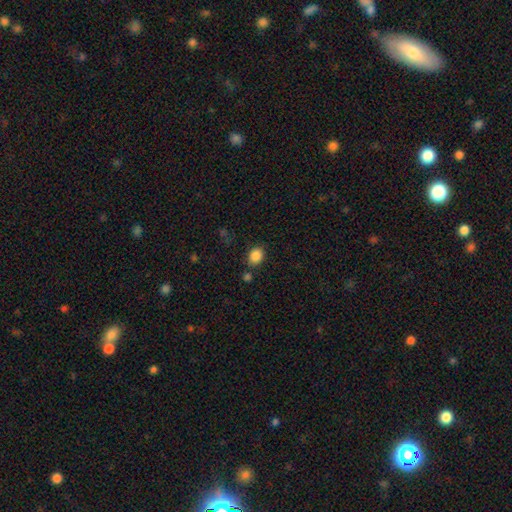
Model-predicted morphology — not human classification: smooth 87%, star or artifact 9%, featured or disk 4%. Down the decision tree: how rounded — in between (56%); merging — none (81%).